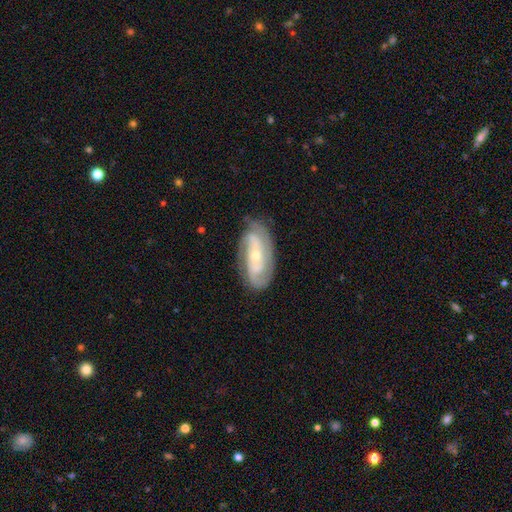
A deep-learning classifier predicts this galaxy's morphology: This appears to be a featured or disk galaxy (83%) with no bar (55%), 2 (56%) tight (52%) spiral arms (94%) and a small central bulge (63%). Merging: none (78%).